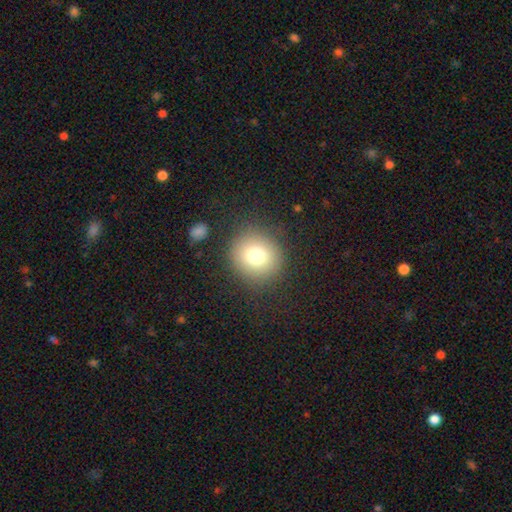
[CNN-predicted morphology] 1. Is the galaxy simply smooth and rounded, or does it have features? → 77% smooth, 12% star or artifact, 11% featured or disk.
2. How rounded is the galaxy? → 88% round, 12% in between, 1% cigar-shaped.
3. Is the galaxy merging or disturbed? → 86% none, 8% minor disturbance, 4% major disturbance, 2% merger.